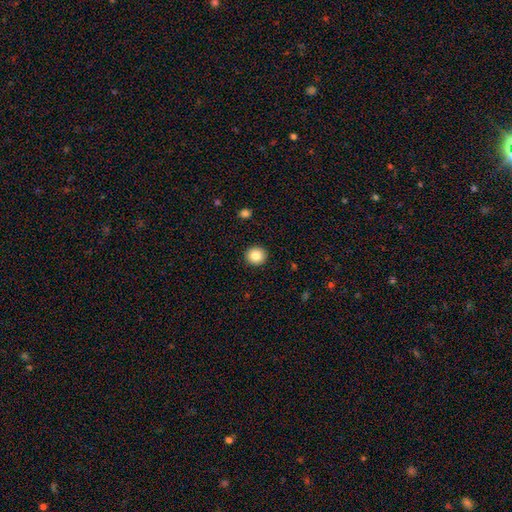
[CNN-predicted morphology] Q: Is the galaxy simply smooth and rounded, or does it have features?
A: smooth — 85%.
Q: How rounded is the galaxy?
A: round — 90%.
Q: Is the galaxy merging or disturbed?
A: none — 92%.